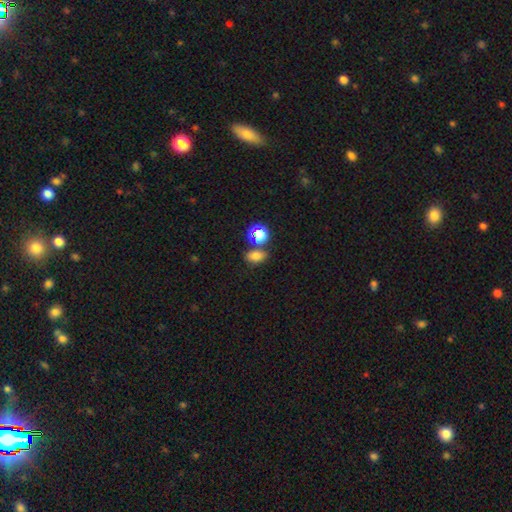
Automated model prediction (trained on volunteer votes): smooth-or-featured: smooth: 72% | star or artifact: 19% | featured or disk: 9%
  how-rounded: in between: 74% | round: 24% | cigar-shaped: 3%
  merging: none: 67% | merger: 17% | minor disturbance: 13% | major disturbance: 4%